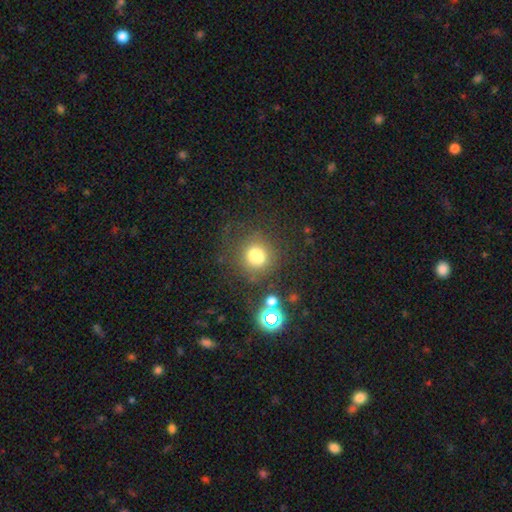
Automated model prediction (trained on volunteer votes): This is likely a smooth galaxy (75%). How rounded: clearly round (82%). Merging: likely none (66%).